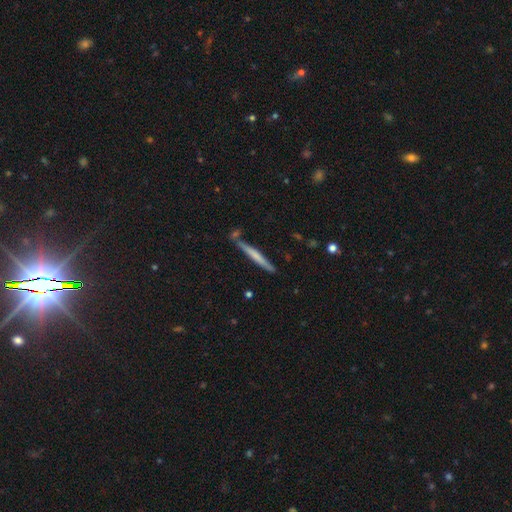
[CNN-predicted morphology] type=smooth (54%); roundness=cigar-shaped (96%); merging=none (80%).